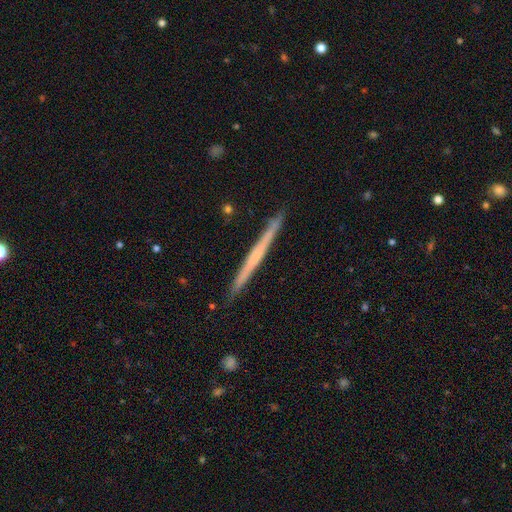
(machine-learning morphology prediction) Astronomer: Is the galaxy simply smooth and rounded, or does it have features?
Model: featured or disk — 54% (runner-up: smooth, 41%).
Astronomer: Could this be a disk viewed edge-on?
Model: yes — 98%.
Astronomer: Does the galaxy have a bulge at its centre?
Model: none — 85%.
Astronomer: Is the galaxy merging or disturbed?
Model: none — 91%.